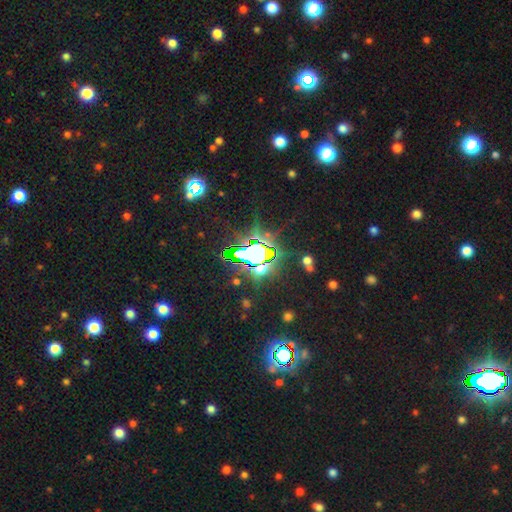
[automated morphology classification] smooth-or-featured: star or artifact: 77% | smooth: 13% | featured or disk: 10%